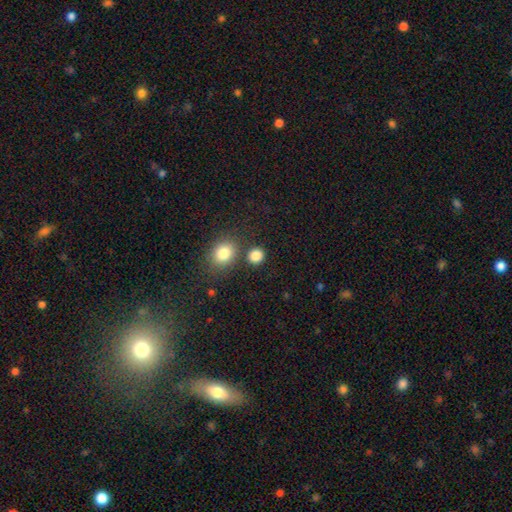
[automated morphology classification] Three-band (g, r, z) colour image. It shows a smooth galaxy with no disk features (84%) that is round (79%). Merging: none (78%).